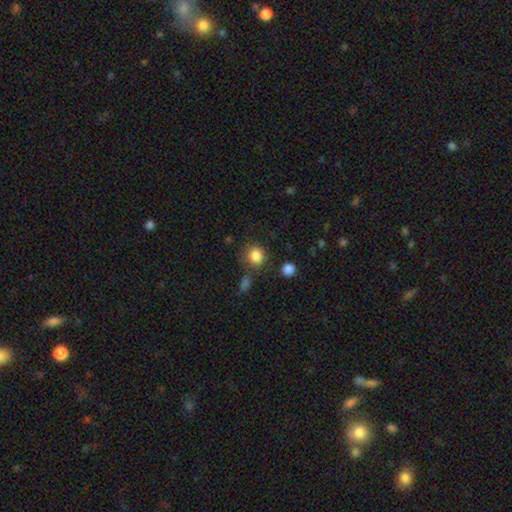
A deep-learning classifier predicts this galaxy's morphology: Smooth or featured? smooth (85%)
How rounded? round (81%)
Merging? none (73%)